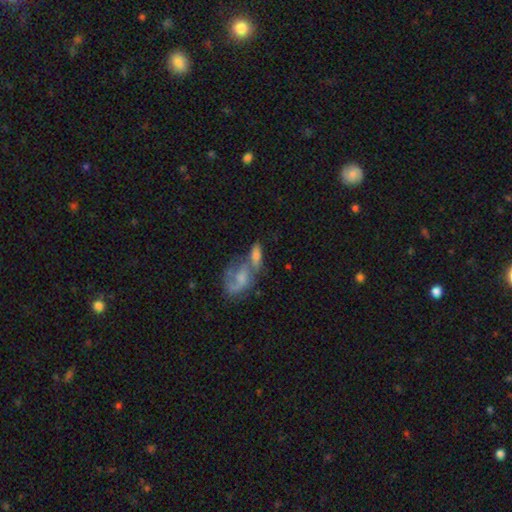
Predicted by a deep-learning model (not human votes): smooth_or_featured: smooth (p=0.50) [alt: featured or disk p=0.40]
merging: merger (p=0.56) [alt: none p=0.24]